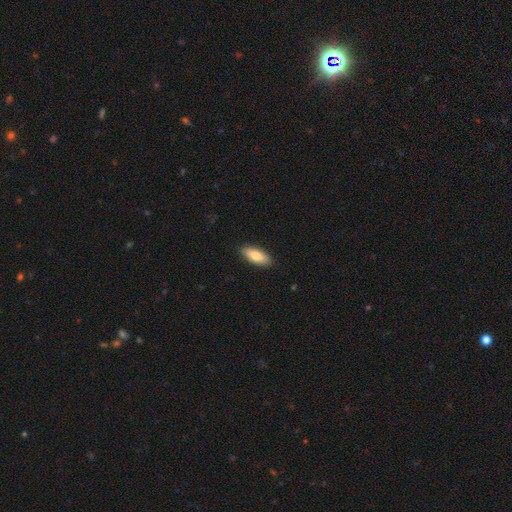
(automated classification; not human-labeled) Morphology: type=smooth (80%); roundness=in between (77%); merging=none (89%).